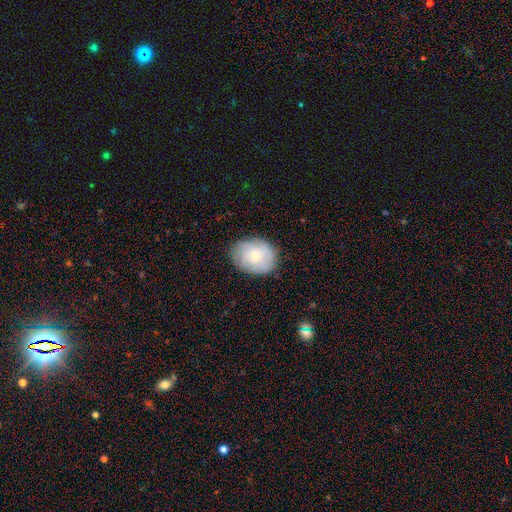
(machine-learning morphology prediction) This is possibly a smooth galaxy (57%). How rounded: possibly in between (58%). Merging: likely none (79%).